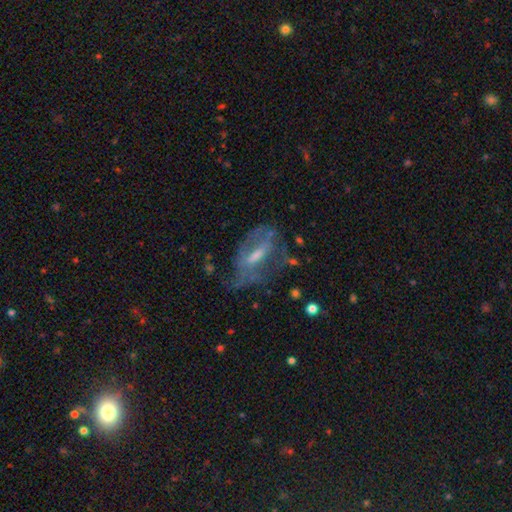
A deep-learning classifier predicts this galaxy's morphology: featured or disk 69%, smooth 22%, star or artifact 10%. Down the decision tree: edge-on disk — no (86%); bar — weak (43%); spiral arms — yes (56%); bulge size — moderate (45%); merging — none (47%).